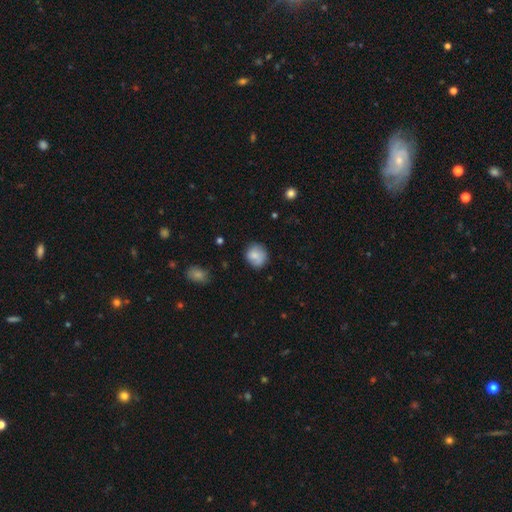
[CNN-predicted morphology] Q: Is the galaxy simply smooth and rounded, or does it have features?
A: smooth — 79%.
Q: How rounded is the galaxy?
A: round — 79%.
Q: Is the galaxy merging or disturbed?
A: none — 72%.